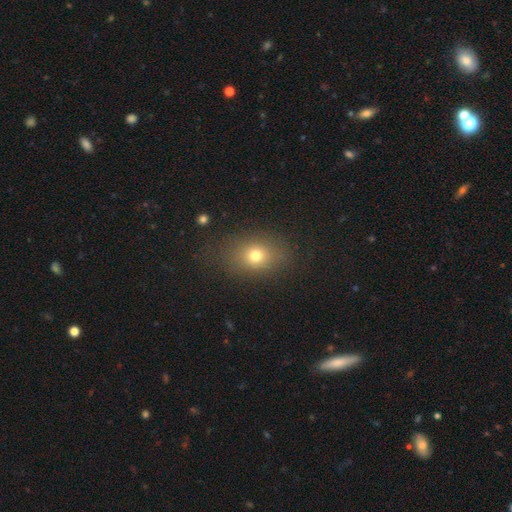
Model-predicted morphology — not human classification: This appears to be a smooth galaxy with no disk features (73%) that is in between round and cigar-shaped (58%). Merging: none (81%).